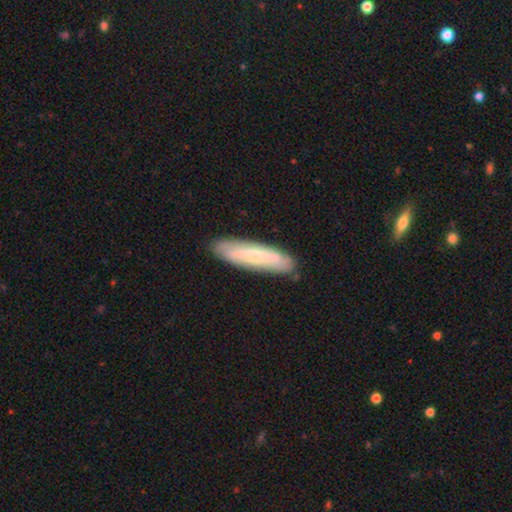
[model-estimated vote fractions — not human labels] Overall: smooth (53%; featured or disk 41%). How rounded: cigar-shaped (74%). Merging: none (85%).